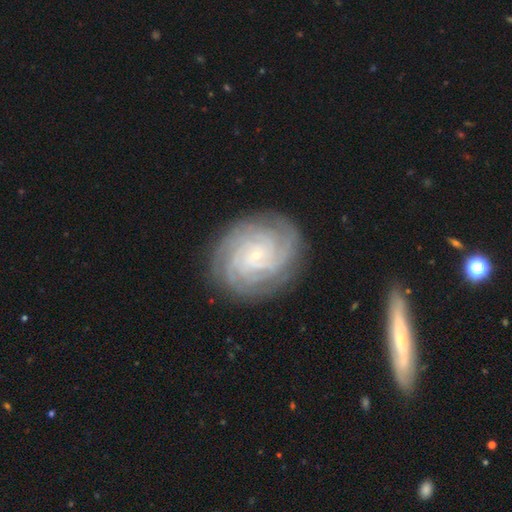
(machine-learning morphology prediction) featured or disk 87%, smooth 7%, star or artifact 6%. Down the decision tree: edge-on disk — no (98%); bar — no (73%); spiral arms — yes (98%); spiral arm count — 4 (27%); spiral winding — tight (83%); bulge size — small (88%); merging — none (84%).